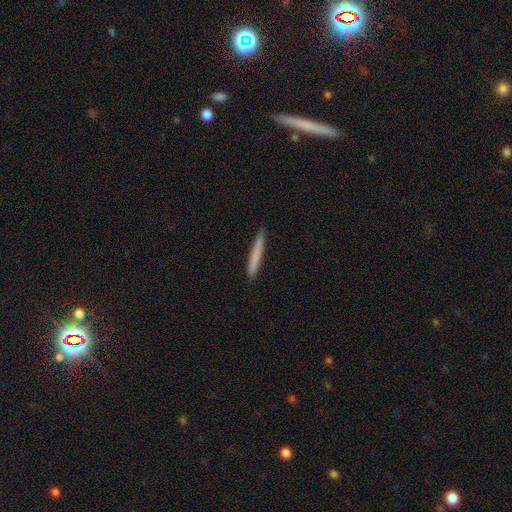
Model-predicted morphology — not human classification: type=smooth (76%); roundness=cigar-shaped (97%); merging=none (91%).